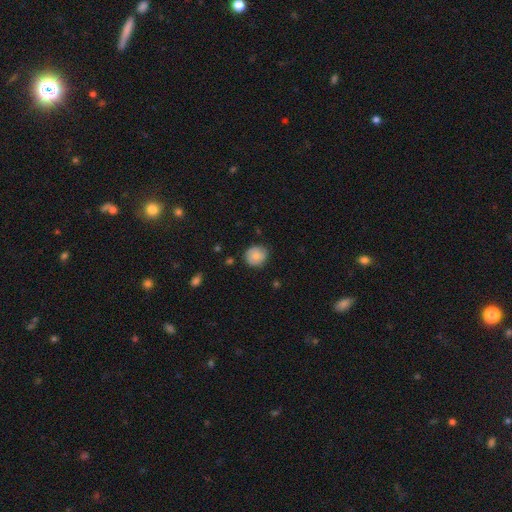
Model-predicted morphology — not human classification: type=smooth (79%); roundness=round (88%); merging=none (80%).